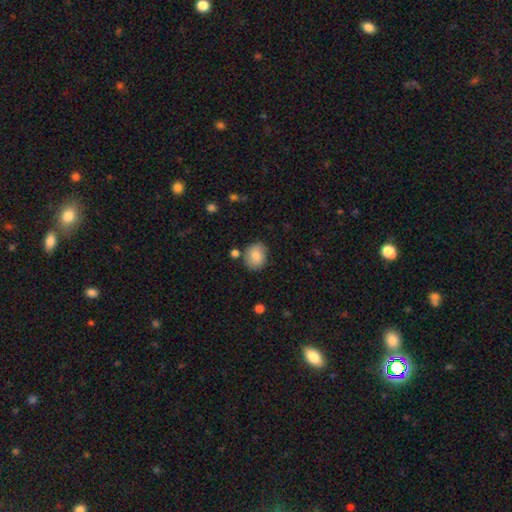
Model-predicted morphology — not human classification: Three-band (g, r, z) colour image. It shows a smooth galaxy with no disk features (84%) that is round (55%). Merging: none (79%).